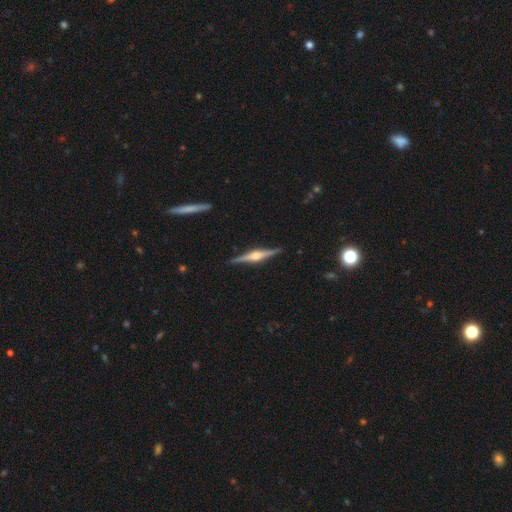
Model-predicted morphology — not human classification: Smooth or featured? Predicted: featured or disk (p=0.84). Edge-on disk? Predicted: yes (p=0.98). Edge-on bulge? Predicted: rounded (p=0.92). Merging? Predicted: none (p=0.91).